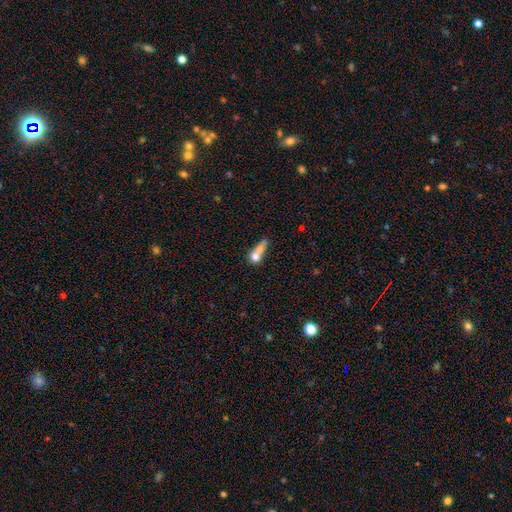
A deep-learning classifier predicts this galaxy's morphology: Smooth or featured: smooth — 66% (featured or disk — 23%)
How rounded: in between — 40% (round — 32%)
Merging: merger — 41% (none — 24%)